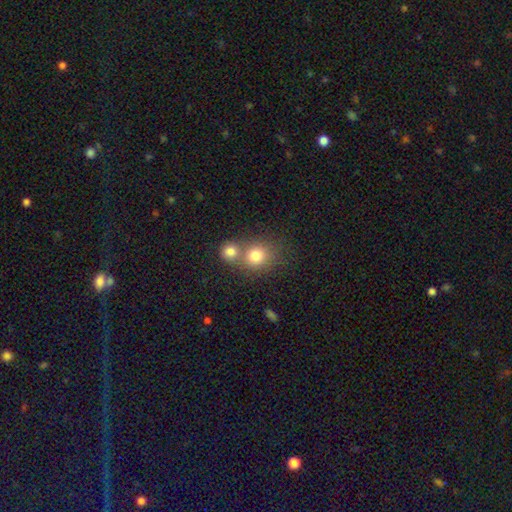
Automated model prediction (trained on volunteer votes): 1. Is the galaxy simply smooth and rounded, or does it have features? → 79% smooth, 11% star or artifact, 10% featured or disk.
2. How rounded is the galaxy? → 79% round, 20% in between, 1% cigar-shaped.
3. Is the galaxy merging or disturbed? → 47% merger, 42% none, 7% minor disturbance, 3% major disturbance.